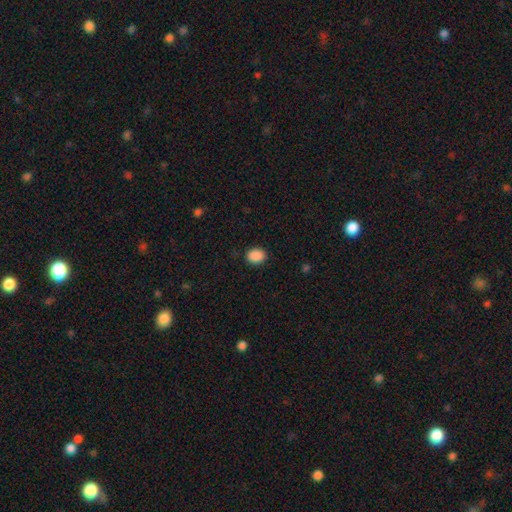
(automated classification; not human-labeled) This is clearly a smooth galaxy (89%). How rounded: possibly in between (56%). Merging: clearly none (88%).